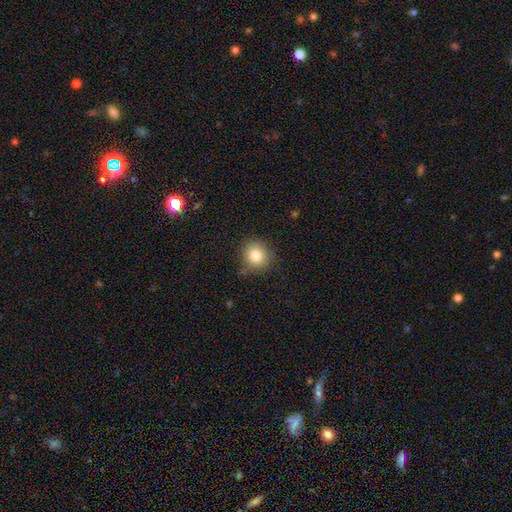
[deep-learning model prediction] The model was most divided on "merging": none: 82%, minor disturbance: 13%, major disturbance: 3%, merger: 2%. More confident: how rounded — round (88%); smooth or featured — smooth (81%).